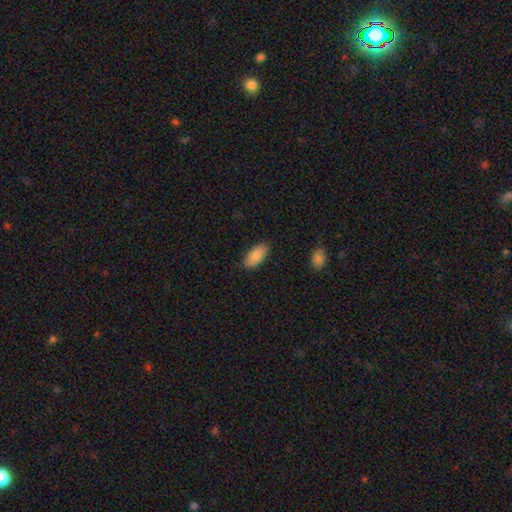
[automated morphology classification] This appears to be a smooth galaxy with no disk features (86%) that is in between round and cigar-shaped (92%). Merging: none (87%).